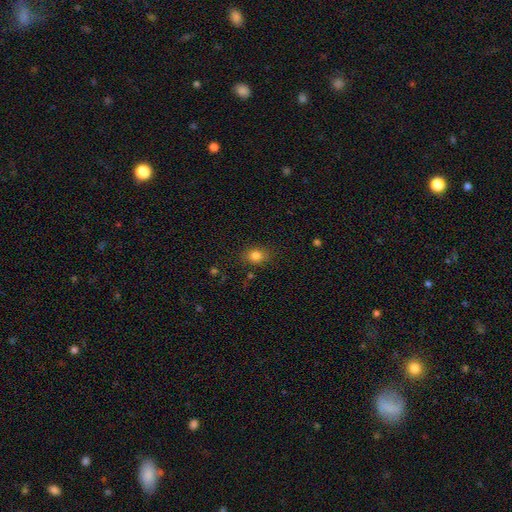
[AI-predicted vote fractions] A smooth galaxy with no disk features (81%) that is in between round and cigar-shaped (57%). Merging: none (83%).